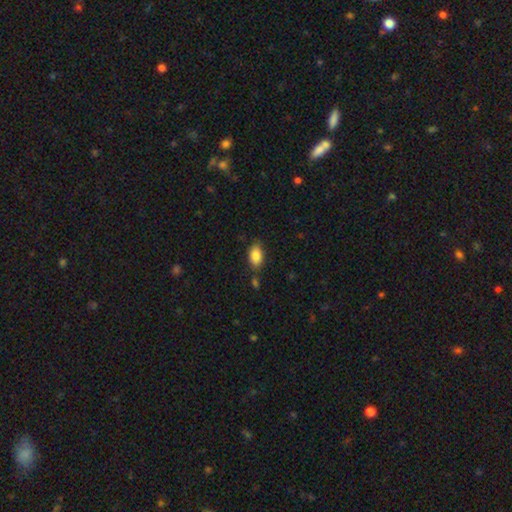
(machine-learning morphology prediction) type=smooth (86%); roundness=in between (91%); merging=none (76%).